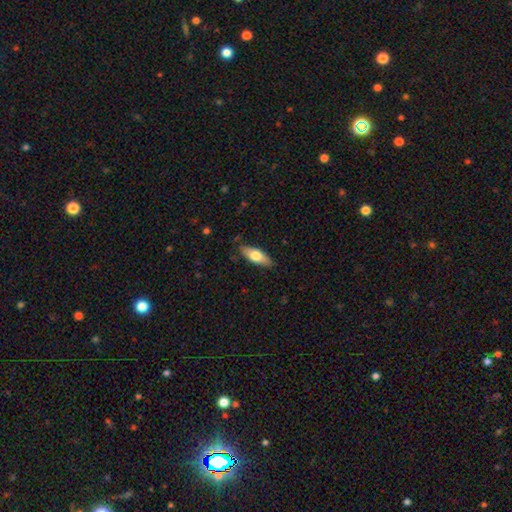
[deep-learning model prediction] Q: Smooth or featured?
A: smooth (68%); runner-up: featured or disk (26%)
Q: How rounded?
A: in between (71%); runner-up: cigar-shaped (26%)
Q: Merging?
A: none (84%); runner-up: minor disturbance (13%)